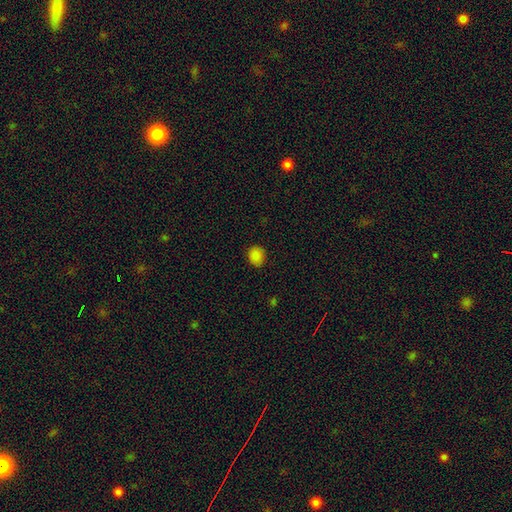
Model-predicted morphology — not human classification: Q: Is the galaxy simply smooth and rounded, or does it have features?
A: smooth — 85%.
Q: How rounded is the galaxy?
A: round — 68%.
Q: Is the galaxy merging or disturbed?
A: none — 87%.